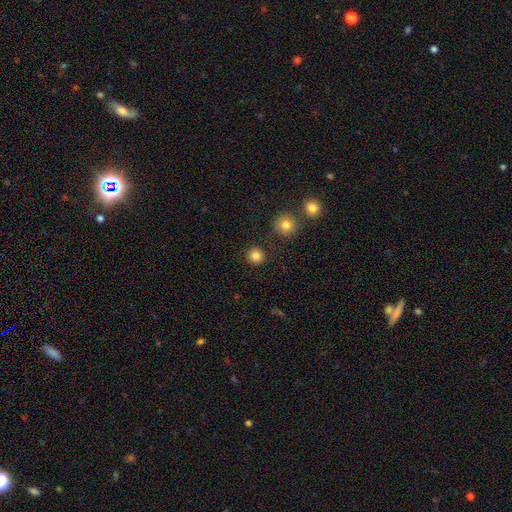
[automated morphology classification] This is clearly a smooth galaxy (84%). How rounded: clearly round (93%). Merging: clearly none (90%).